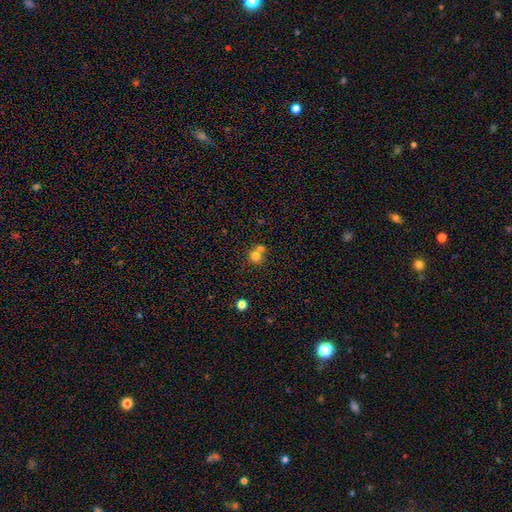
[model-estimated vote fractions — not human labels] Overall: smooth (74%). How rounded: round (85%). Merging: merger (52%; none 39%).